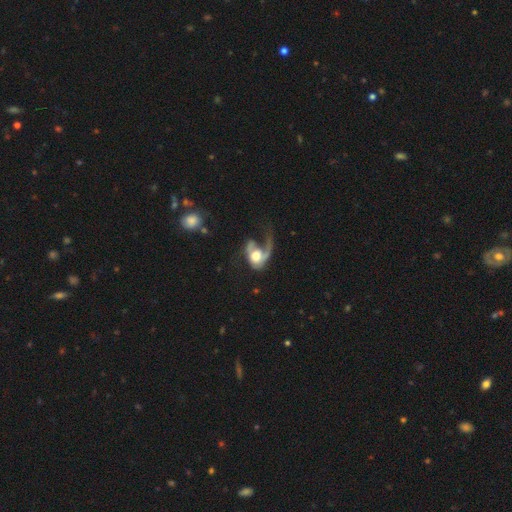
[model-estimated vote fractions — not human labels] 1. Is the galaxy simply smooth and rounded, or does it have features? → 64% featured or disk, 29% smooth, 7% star or artifact.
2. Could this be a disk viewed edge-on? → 96% no, 4% yes.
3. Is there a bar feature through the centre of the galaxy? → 74% no, 20% weak, 6% strong.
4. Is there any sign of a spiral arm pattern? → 77% yes, 23% no.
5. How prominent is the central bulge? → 54% moderate, 33% large, 7% small, 4% dominant, 2% none.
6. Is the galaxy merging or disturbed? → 59% major disturbance, 20% none, 14% minor disturbance, 7% merger.